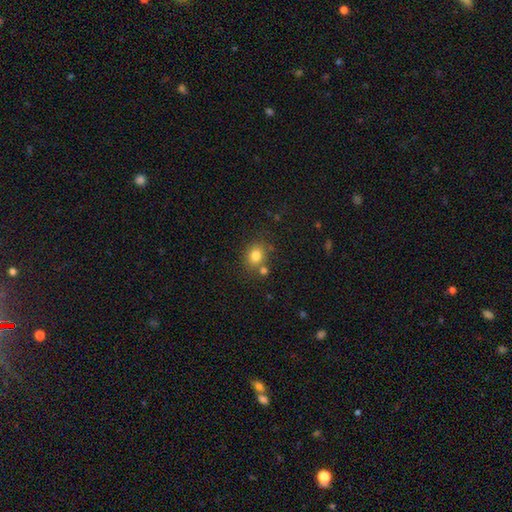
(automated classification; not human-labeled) A smooth galaxy with no disk features (80%) that is round (67%).

Vote fractions:
- Smooth or featured? smooth: 80% / star or artifact: 12% / featured or disk: 8%
- How rounded? round: 67% / in between: 32% / cigar-shaped: 1%
- Merging? none: 69% / merger: 16% / minor disturbance: 12% / major disturbance: 4%